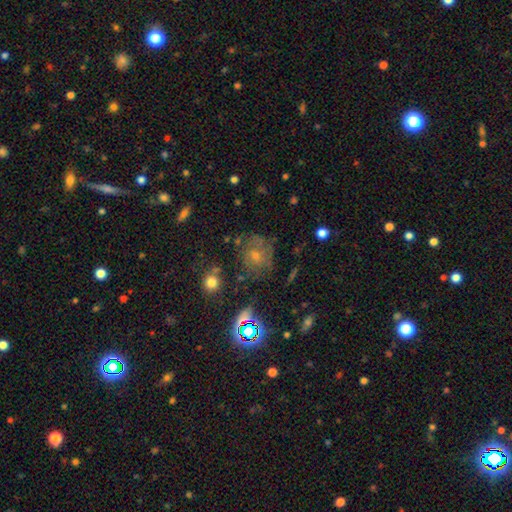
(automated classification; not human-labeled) A featured or disk galaxy (40%). Merging: none (67%).